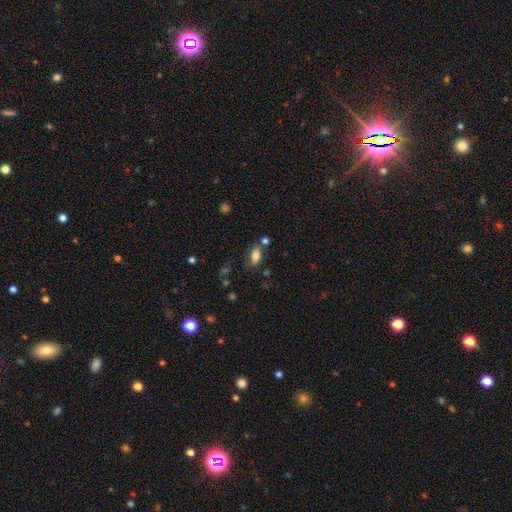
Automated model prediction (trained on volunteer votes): Smooth or featured: smooth — 79% (featured or disk — 12%)
How rounded: in between — 88% (cigar-shaped — 8%)
Merging: none — 67% (minor disturbance — 16%)